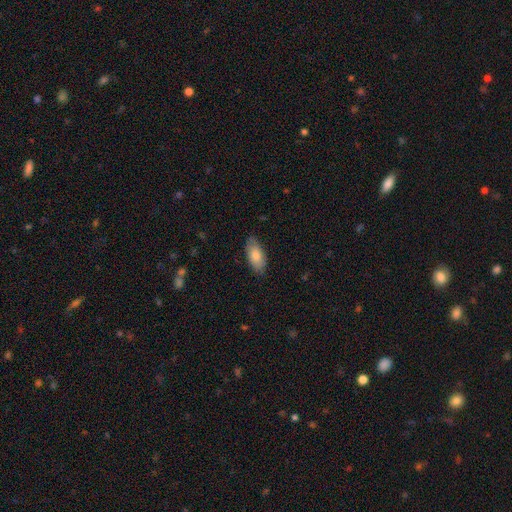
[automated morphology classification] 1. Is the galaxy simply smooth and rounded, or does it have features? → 81% smooth, 13% featured or disk, 6% star or artifact.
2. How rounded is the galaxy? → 91% in between, 7% cigar-shaped, 2% round.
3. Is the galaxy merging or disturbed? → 82% none, 14% minor disturbance, 3% major disturbance, 1% merger.